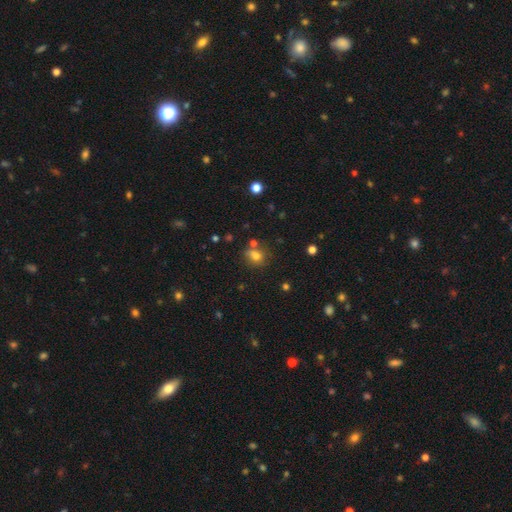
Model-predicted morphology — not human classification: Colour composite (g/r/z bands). It shows a smooth galaxy with no disk features (71%) that is round (61%). Merging: none (60%).